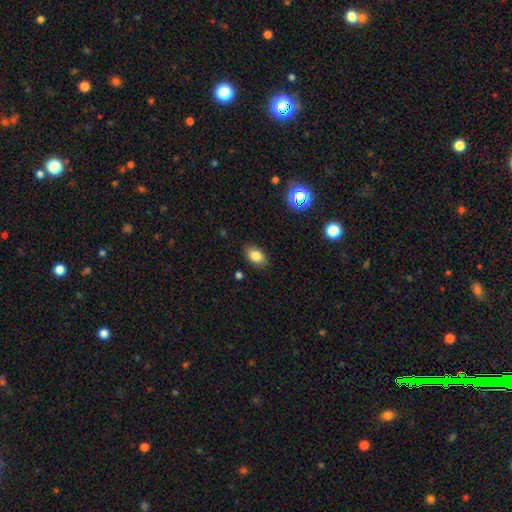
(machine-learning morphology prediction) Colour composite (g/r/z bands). It shows a smooth galaxy with no disk features (83%) that is in between round and cigar-shaped (88%). Merging: none (86%).